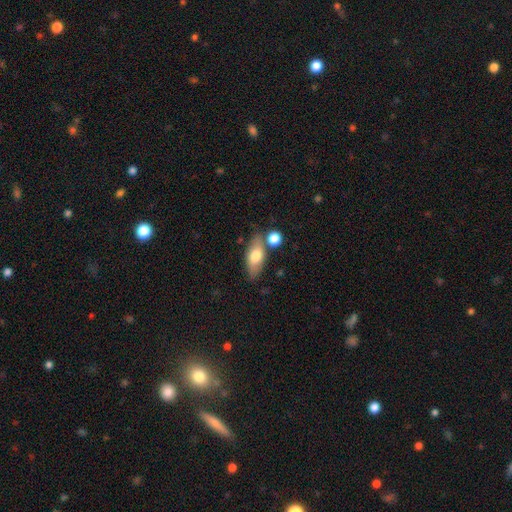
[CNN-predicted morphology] A smooth galaxy with no disk features (67%) that is in between round and cigar-shaped (78%).

Vote fractions:
- Smooth or featured? smooth: 67% / featured or disk: 27% / star or artifact: 7%
- How rounded? in between: 78% / cigar-shaped: 17% / round: 5%
- Merging? none: 71% / minor disturbance: 14% / merger: 12% / major disturbance: 4%